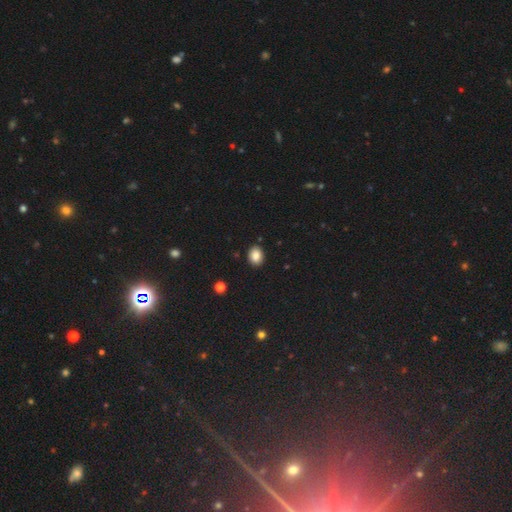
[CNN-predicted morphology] smooth-or-featured: smooth: 86% | star or artifact: 10% | featured or disk: 5%
  how-rounded: in between: 56% | round: 43% | cigar-shaped: 1%
  merging: none: 89% | minor disturbance: 8% | major disturbance: 2% | merger: 2%